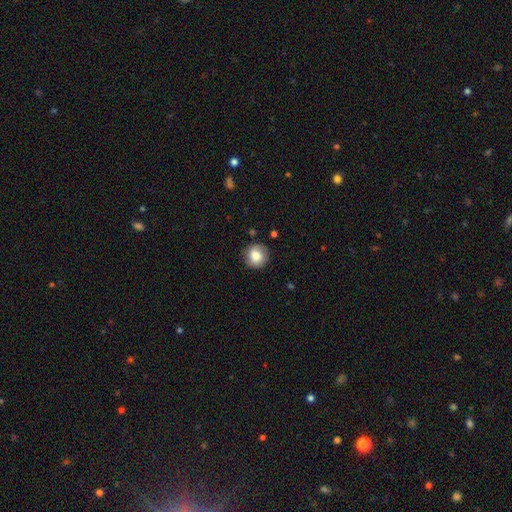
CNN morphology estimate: smooth-or-featured: smooth: 80% | featured or disk: 12% | star or artifact: 8%
  how-rounded: round: 90% | in between: 9% | cigar-shaped: 1%
  merging: none: 83% | minor disturbance: 12% | major disturbance: 3% | merger: 1%